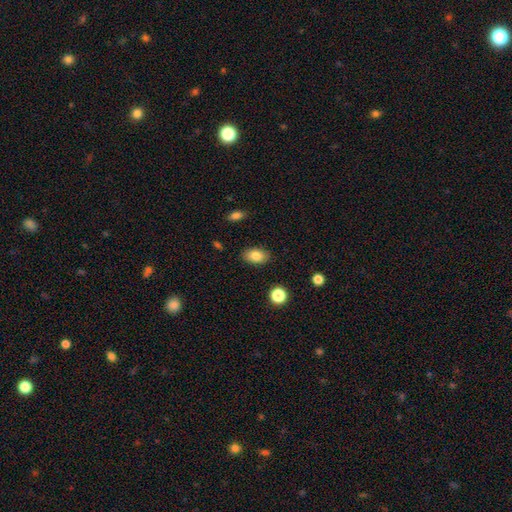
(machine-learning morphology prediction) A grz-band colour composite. It shows a smooth galaxy with no disk features (83%) that is in between round and cigar-shaped (89%). Merging: none (87%).